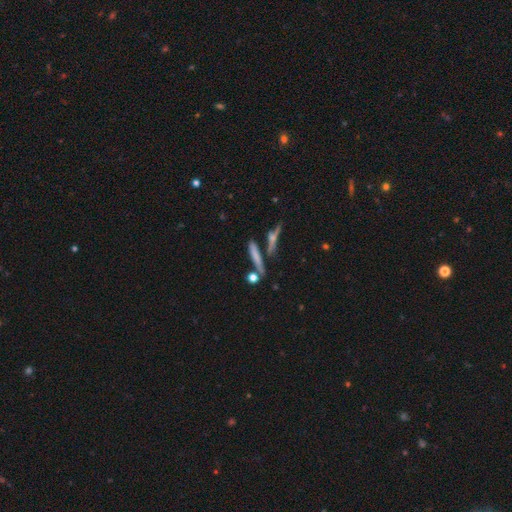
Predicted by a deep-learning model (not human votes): A smooth galaxy with no disk features (61%) that is cigar-shaped (80%).

Vote fractions:
- Smooth or featured? smooth: 61% / featured or disk: 28% / star or artifact: 11%
- How rounded? cigar-shaped: 80% / in between: 13% / round: 7%
- Merging? none: 66% / merger: 16% / minor disturbance: 13% / major disturbance: 5%